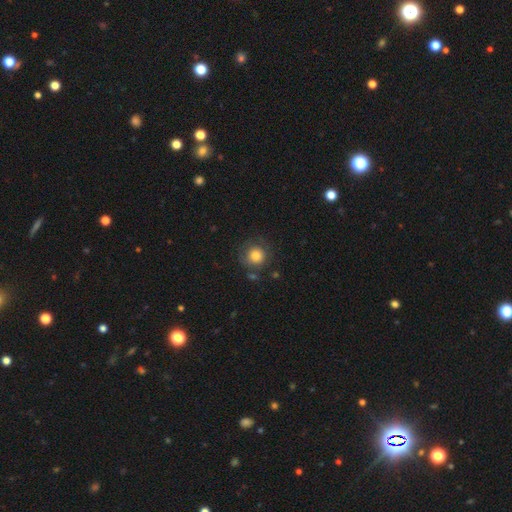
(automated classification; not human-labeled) smooth 78%, featured or disk 12%, star or artifact 10%. Down the decision tree: how rounded — round (93%); merging — none (74%).